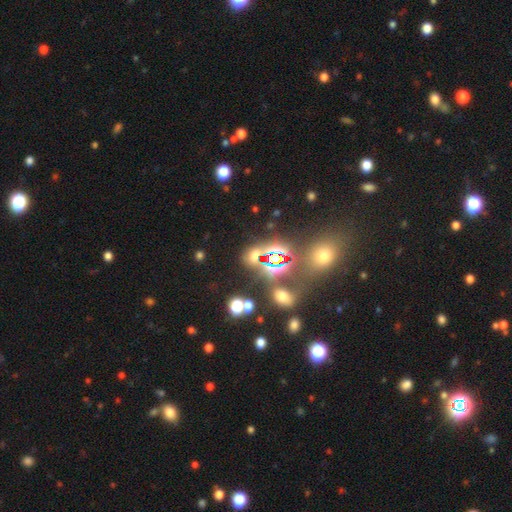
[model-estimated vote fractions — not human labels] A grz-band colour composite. It shows a star or artifact, not a galaxy (60%).